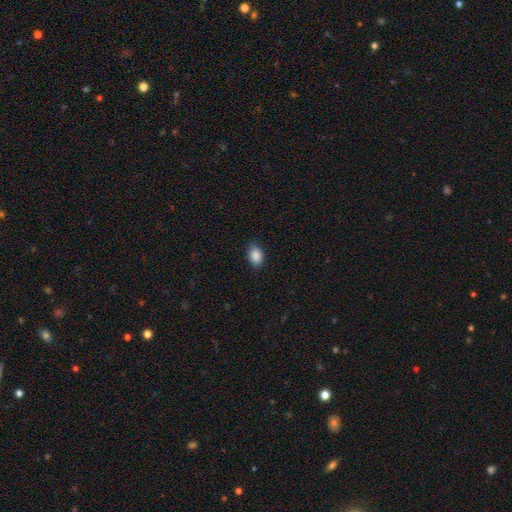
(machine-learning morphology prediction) This appears to be a smooth galaxy with no disk features (89%) that is in between round and cigar-shaped (83%). Merging: none (85%).